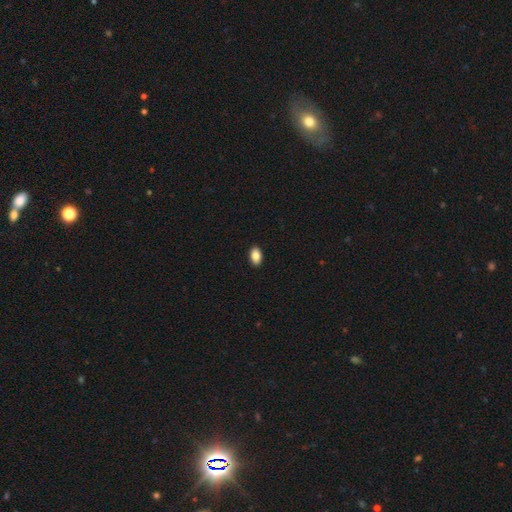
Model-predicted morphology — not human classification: A smooth galaxy with no disk features (86%) that is in between round and cigar-shaped (92%).

Vote fractions:
- Smooth or featured? smooth: 86% / star or artifact: 8% / featured or disk: 6%
- How rounded? in between: 92% / round: 7% / cigar-shaped: 2%
- Merging? none: 91% / minor disturbance: 7% / major disturbance: 1% / merger: 1%